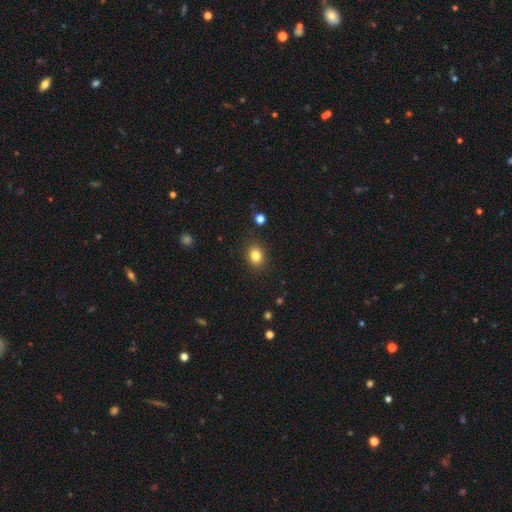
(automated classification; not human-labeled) A smooth galaxy with no disk features (83%) that is round (53%). Merging: none (87%).